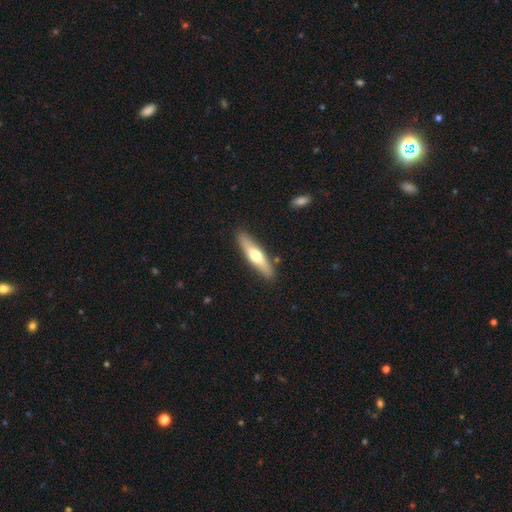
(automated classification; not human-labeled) This is possibly a smooth galaxy (53%). How rounded: likely cigar-shaped (76%). Merging: clearly none (87%).